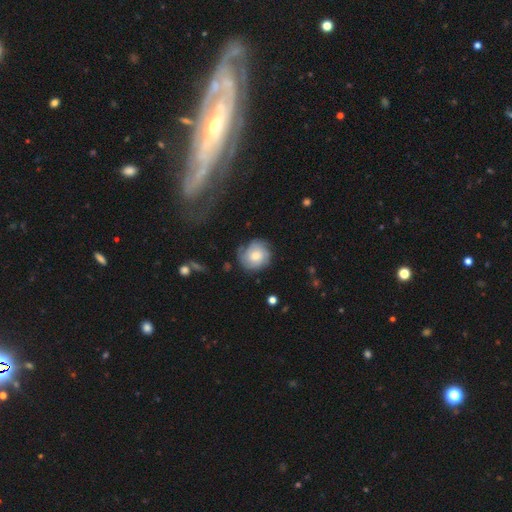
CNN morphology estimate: Smooth or featured: featured or disk — 48% (smooth — 45%)
Merging: none — 72% (minor disturbance — 19%)